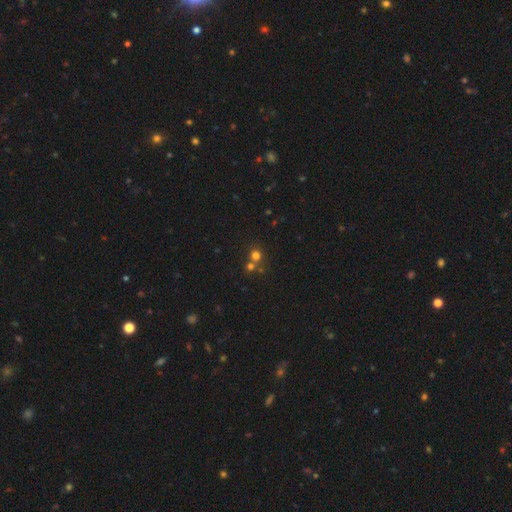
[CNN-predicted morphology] smooth-or-featured: smooth: 69% | star or artifact: 22% | featured or disk: 9%
  how-rounded: round: 88% | in between: 11% | cigar-shaped: 1%
  merging: none: 58% | merger: 33% | minor disturbance: 6% | major disturbance: 3%